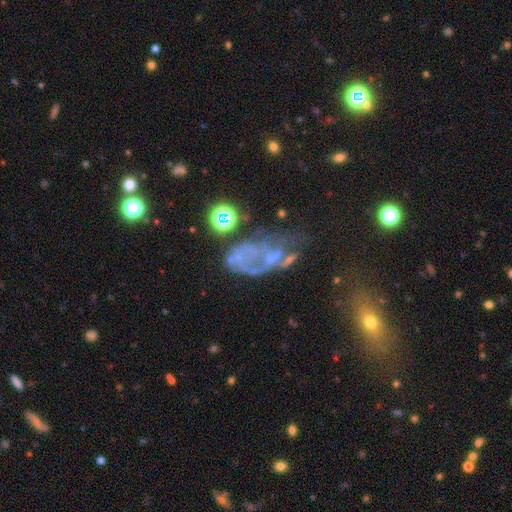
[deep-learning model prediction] Q: Smooth or featured?
A: featured or disk (49%); runner-up: smooth (27%)
Q: Merging?
A: none (36%); runner-up: major disturbance (30%)